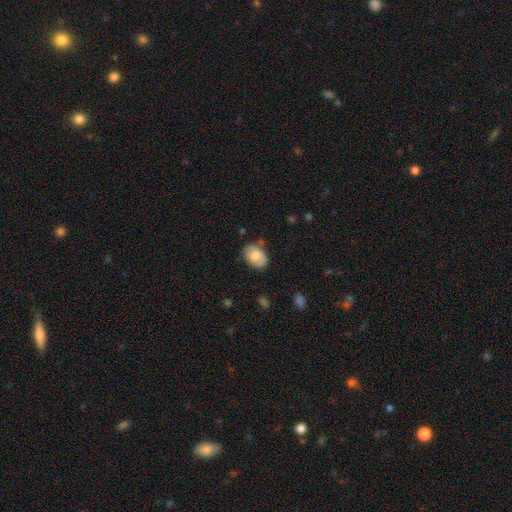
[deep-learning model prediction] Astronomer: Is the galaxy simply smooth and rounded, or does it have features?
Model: smooth — 72%.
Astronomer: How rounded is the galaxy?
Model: in between — 77%.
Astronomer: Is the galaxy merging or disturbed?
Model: none — 67%.